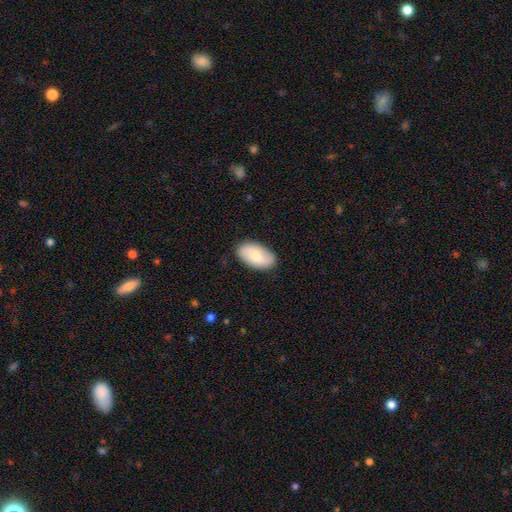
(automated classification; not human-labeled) A smooth galaxy with no disk features (68%) that is in between round and cigar-shaped (95%). Merging: none (87%).